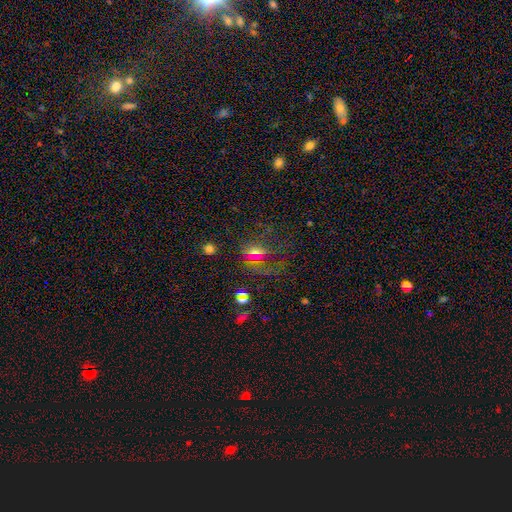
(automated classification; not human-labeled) A smooth galaxy with no disk features (39%). Merging: none (40%).